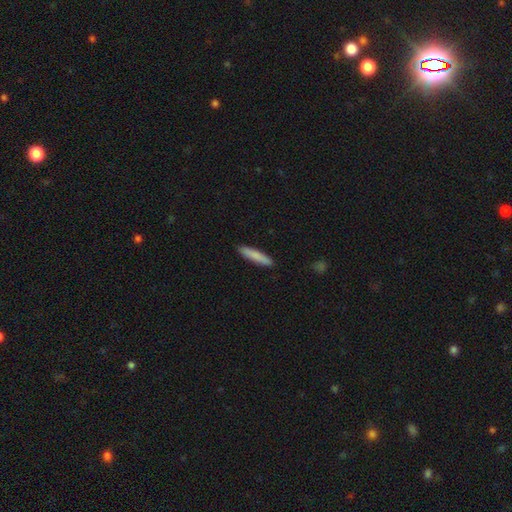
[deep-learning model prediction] smooth-or-featured: smooth: 83% | featured or disk: 11% | star or artifact: 5%
  how-rounded: cigar-shaped: 89% | in between: 10% | round: 1%
  merging: none: 90% | minor disturbance: 7% | major disturbance: 1% | merger: 1%